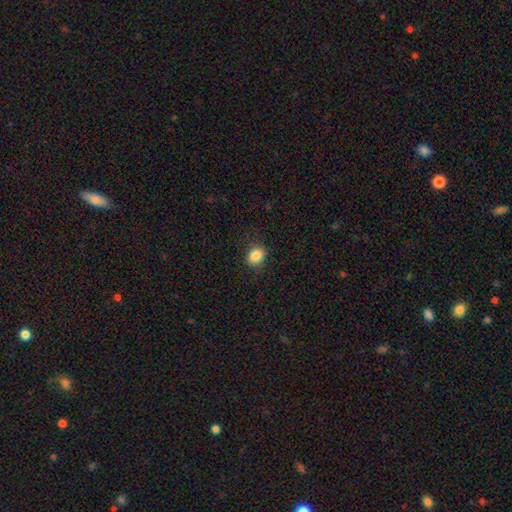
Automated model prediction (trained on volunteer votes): Q: Smooth or featured?
A: smooth (86%); runner-up: star or artifact (9%)
Q: How rounded?
A: round (50%); runner-up: in between (49%)
Q: Merging?
A: none (86%); runner-up: minor disturbance (10%)